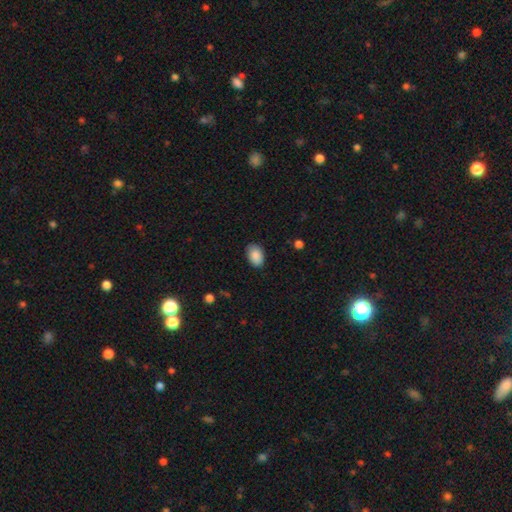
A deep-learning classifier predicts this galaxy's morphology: A smooth galaxy with no disk features (88%) that is in between round and cigar-shaped (87%).

Vote fractions:
- Smooth or featured? smooth: 88% / star or artifact: 7% / featured or disk: 5%
- How rounded? in between: 87% / round: 12% / cigar-shaped: 1%
- Merging? none: 85% / minor disturbance: 12% / major disturbance: 2% / merger: 1%